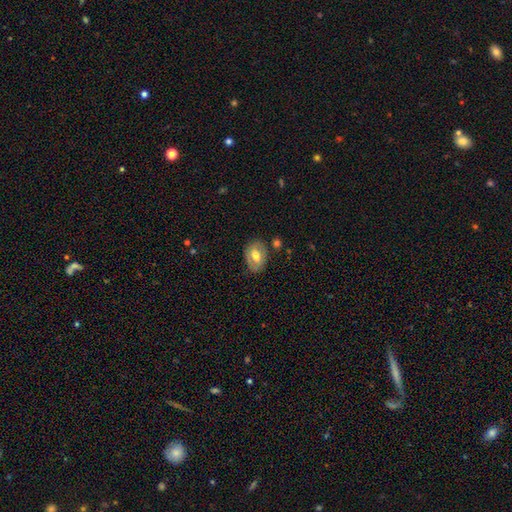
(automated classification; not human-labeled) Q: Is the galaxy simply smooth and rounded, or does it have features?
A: smooth — 53%.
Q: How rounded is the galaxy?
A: in between — 80%.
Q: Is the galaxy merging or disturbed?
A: none — 77%.